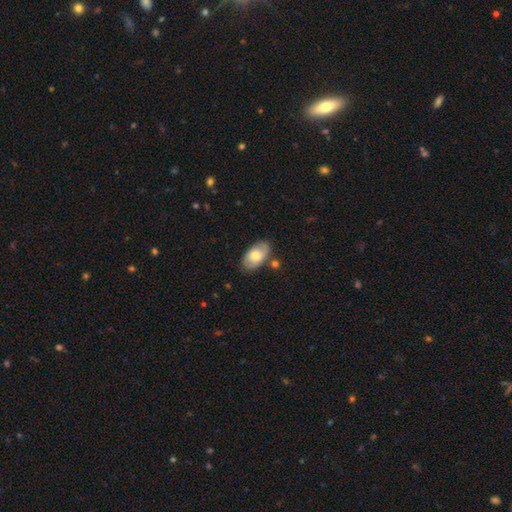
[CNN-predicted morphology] smooth-or-featured: smooth: 64% | featured or disk: 29% | star or artifact: 7%
  how-rounded: in between: 93% | round: 6% | cigar-shaped: 2%
  merging: none: 75% | minor disturbance: 16% | merger: 6% | major disturbance: 3%